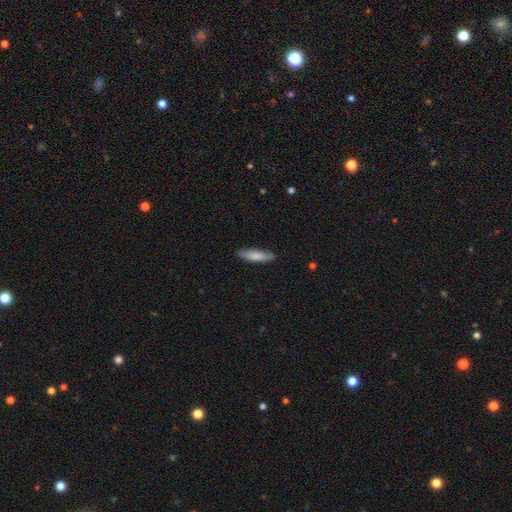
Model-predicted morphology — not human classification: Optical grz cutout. It shows a smooth galaxy with no disk features (81%) that is cigar-shaped (68%). Merging: none (85%).